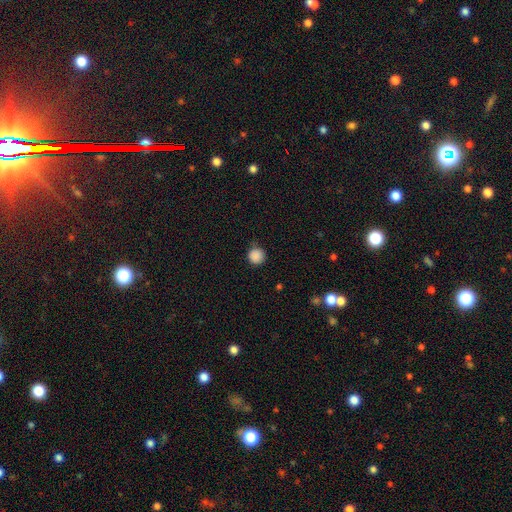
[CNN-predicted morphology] This appears to be a smooth galaxy with no disk features (88%) that is round (95%). Merging: none (85%).